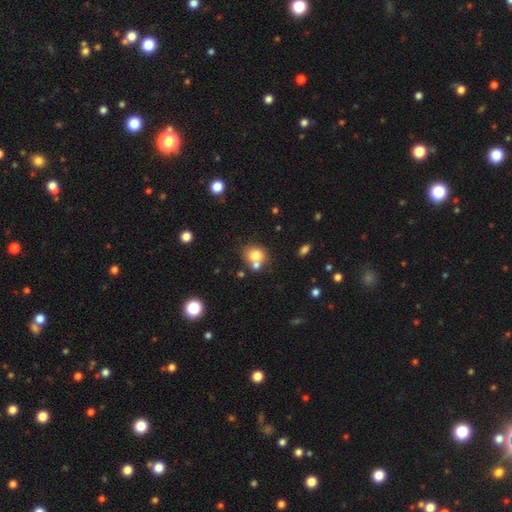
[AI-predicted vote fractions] smooth-or-featured: smooth: 78% | featured or disk: 12% | star or artifact: 11%
  how-rounded: round: 70% | in between: 29% | cigar-shaped: 1%
  merging: none: 52% | merger: 34% | minor disturbance: 10% | major disturbance: 4%